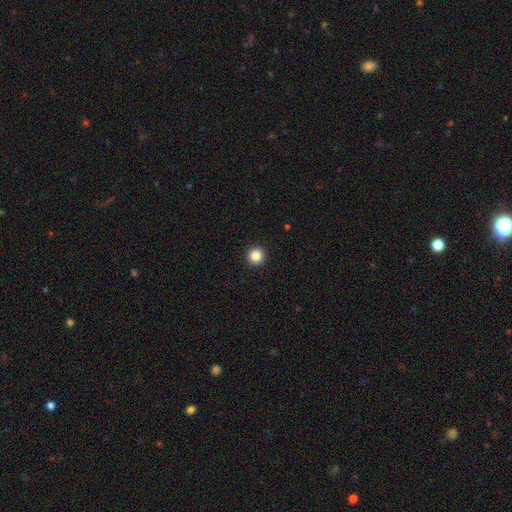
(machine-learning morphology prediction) smooth_or_featured: smooth (p=0.86) [alt: star or artifact p=0.10]
how_rounded: round (p=0.96) [alt: in between p=0.03]
merging: none (p=0.94) [alt: minor disturbance p=0.04]